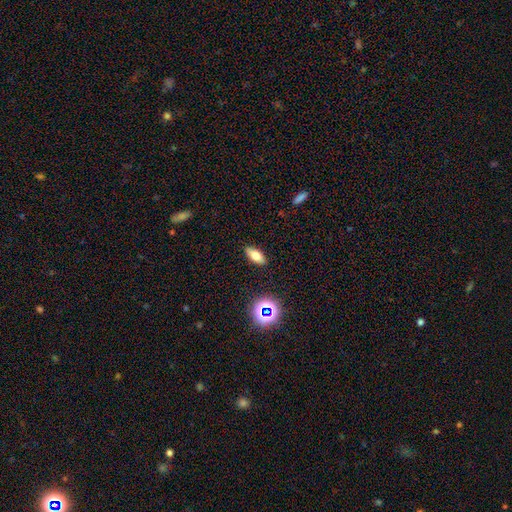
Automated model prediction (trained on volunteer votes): This is likely a smooth galaxy (72%). How rounded: likely in between (80%). Merging: clearly none (88%).